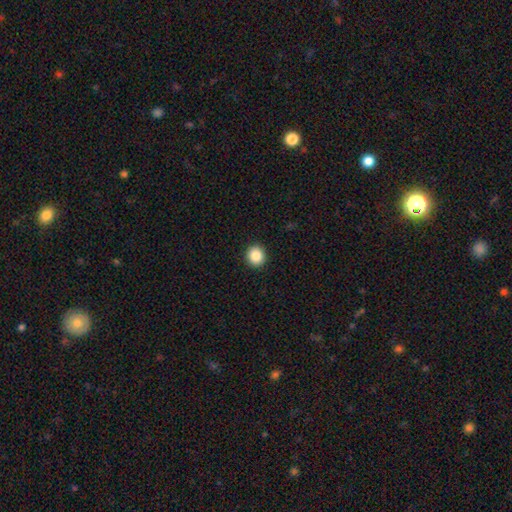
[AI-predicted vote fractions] Q: Smooth or featured?
A: smooth (87%); runner-up: star or artifact (9%)
Q: How rounded?
A: round (89%); runner-up: in between (10%)
Q: Merging?
A: none (93%); runner-up: minor disturbance (5%)